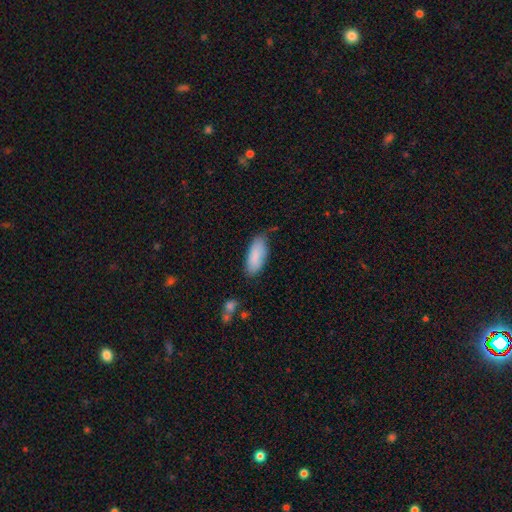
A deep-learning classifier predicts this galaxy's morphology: The model was most divided on "merging": none: 63%, minor disturbance: 29%, major disturbance: 6%, merger: 3%. More confident: smooth or featured — smooth (86%); how rounded — in between (81%).